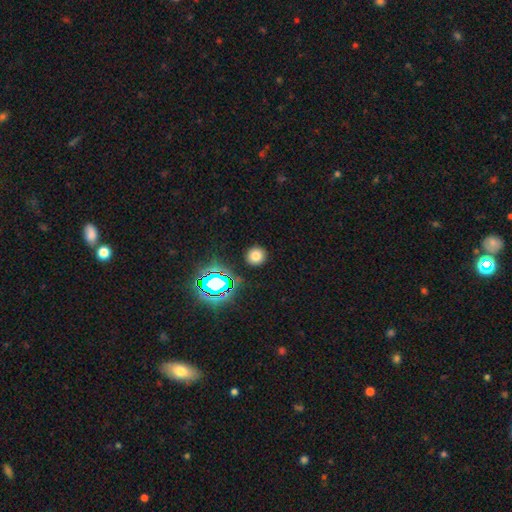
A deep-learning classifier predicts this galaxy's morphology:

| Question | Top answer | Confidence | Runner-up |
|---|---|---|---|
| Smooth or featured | smooth | 73% | star or artifact (20%) |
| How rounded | round | 92% | in between (7%) |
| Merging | none | 90% | minor disturbance (6%) |